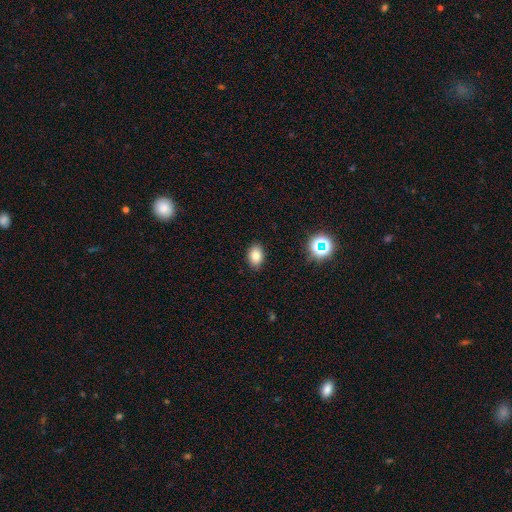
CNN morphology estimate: type=smooth (82%); roundness=in between (81%); merging=none (87%).